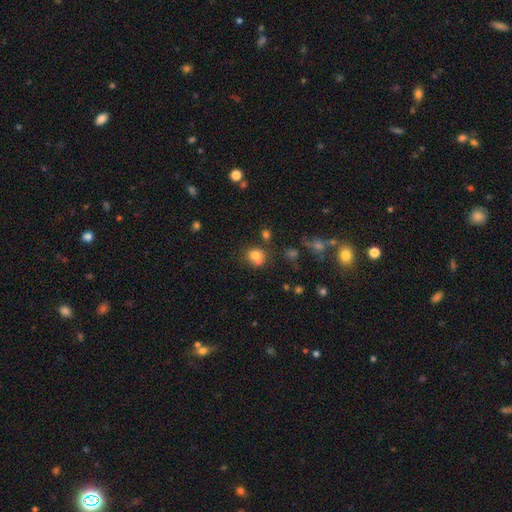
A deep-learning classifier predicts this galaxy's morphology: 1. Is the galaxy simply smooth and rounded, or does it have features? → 76% smooth, 13% star or artifact, 10% featured or disk.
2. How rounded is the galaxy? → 72% round, 27% in between, 1% cigar-shaped.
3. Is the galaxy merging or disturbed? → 51% none, 29% merger, 15% minor disturbance, 6% major disturbance.